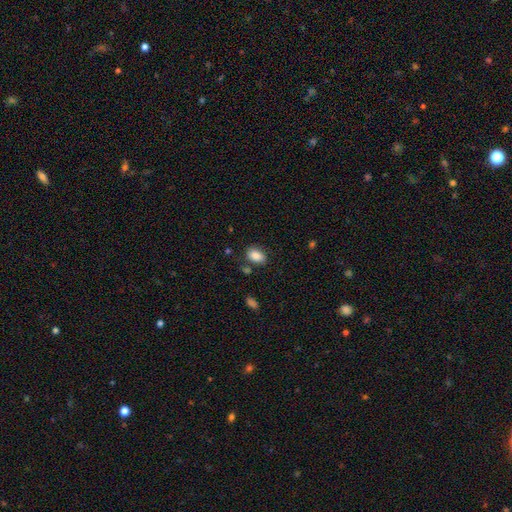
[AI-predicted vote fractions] This appears to be a smooth galaxy with no disk features (87%) that is in between round and cigar-shaped (85%). Merging: none (77%).